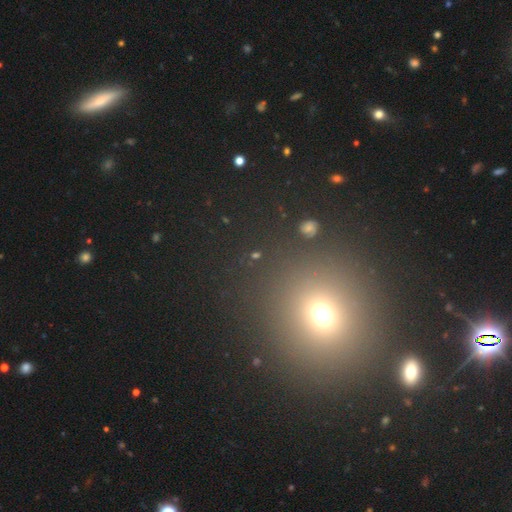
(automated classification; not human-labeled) A smooth galaxy with no disk features (53%) that is round (85%).

Vote fractions:
- Smooth or featured? smooth: 53% / star or artifact: 39% / featured or disk: 8%
- How rounded? round: 85% / in between: 14% / cigar-shaped: 2%
- Merging? none: 87% / minor disturbance: 6% / major disturbance: 3% / merger: 3%